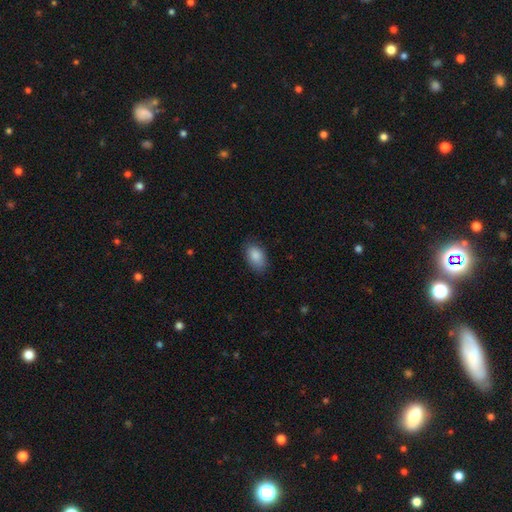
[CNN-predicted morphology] Smooth or featured?
  - smooth: 87% *
  - star or artifact: 7%
  - featured or disk: 6%
How rounded?
  - in between: 91% *
  - round: 7%
  - cigar-shaped: 2%
Merging?
  - none: 81% *
  - minor disturbance: 15%
  - major disturbance: 3%
  - merger: 1%